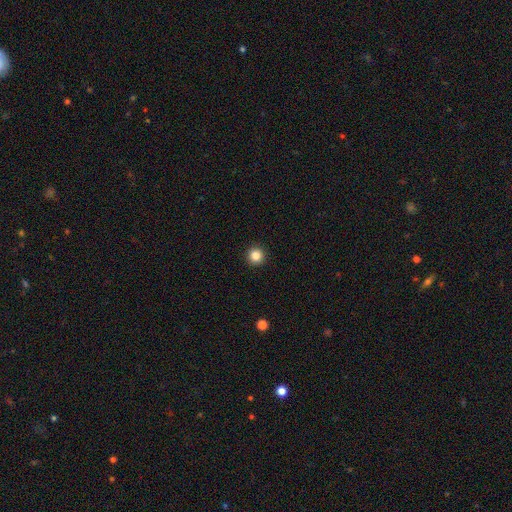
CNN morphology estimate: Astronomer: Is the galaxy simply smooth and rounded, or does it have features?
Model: smooth — 85%.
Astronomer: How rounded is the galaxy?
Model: round — 96%.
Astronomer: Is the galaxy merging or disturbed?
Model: none — 94%.